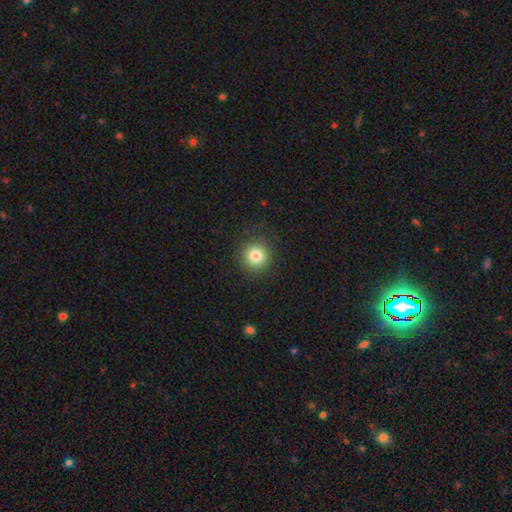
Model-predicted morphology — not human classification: Smooth or featured? Predicted: smooth (p=0.81). How rounded? Predicted: round (p=0.94). Merging? Predicted: none (p=0.89).